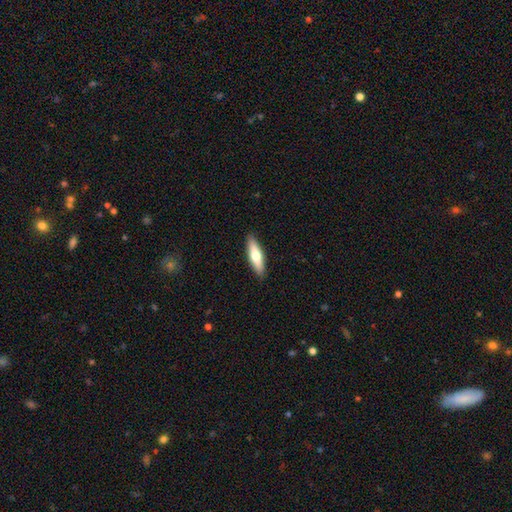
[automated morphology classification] smooth_or_featured: smooth (p=0.61) [alt: featured or disk p=0.34]
how_rounded: cigar-shaped (p=0.63) [alt: in between p=0.35]
merging: none (p=0.91) [alt: minor disturbance p=0.07]